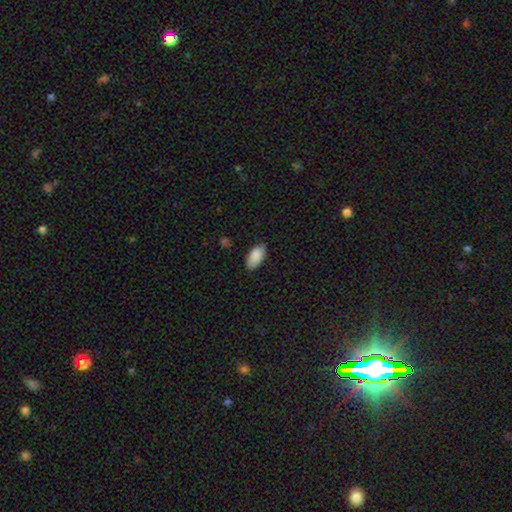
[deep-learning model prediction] A smooth galaxy with no disk features (88%) that is in between round and cigar-shaped (94%).

Vote fractions:
- Smooth or featured? smooth: 88% / star or artifact: 6% / featured or disk: 5%
- How rounded? in between: 94% / cigar-shaped: 3% / round: 2%
- Merging? none: 82% / minor disturbance: 15% / major disturbance: 2% / merger: 1%